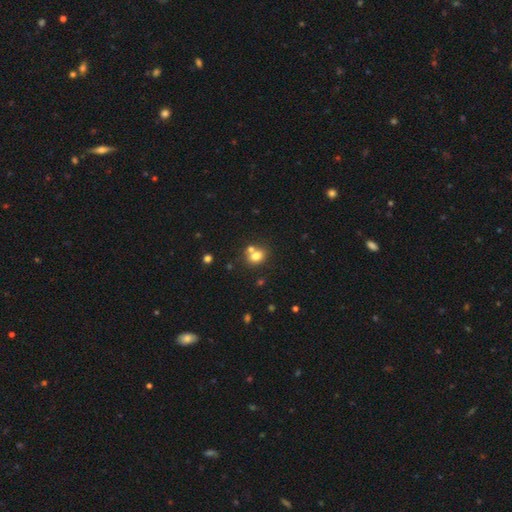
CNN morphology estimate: Q: Smooth or featured?
A: smooth (76%); runner-up: star or artifact (13%)
Q: How rounded?
A: round (54%); runner-up: in between (45%)
Q: Merging?
A: none (51%); runner-up: merger (35%)